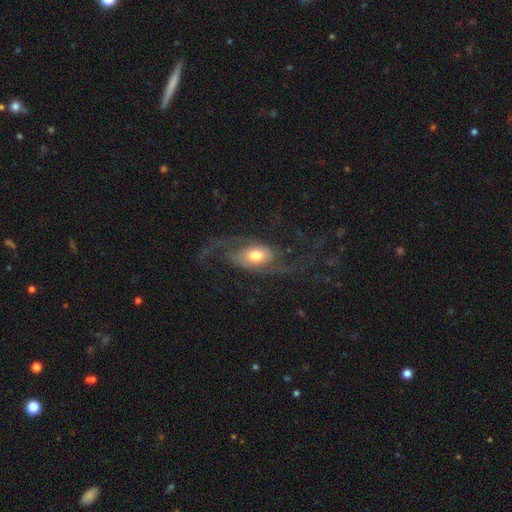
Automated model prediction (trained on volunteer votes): The model was most divided on "merging": none: 49%, major disturbance: 33%, minor disturbance: 16%, merger: 2%. More confident: edge-on disk — no (90%); spiral arms — yes (85%); spiral arm count — 2 (74%); smooth or featured — featured or disk (69%); bar — no (68%); bulge size — moderate (64%); spiral winding — loose (59%).